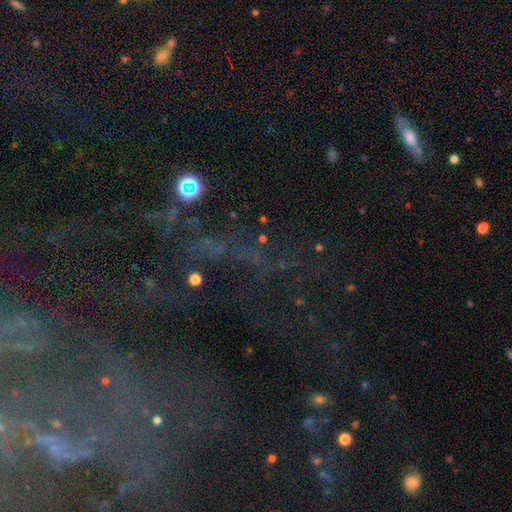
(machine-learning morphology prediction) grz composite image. It shows a star or artifact, not a galaxy (59%).